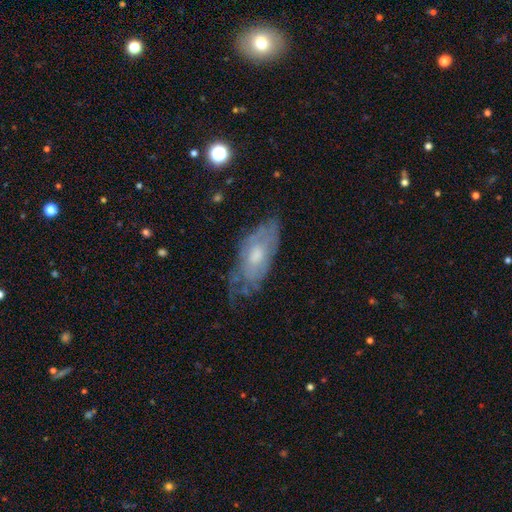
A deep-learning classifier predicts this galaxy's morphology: featured or disk 62%, smooth 26%, star or artifact 12%. Down the decision tree: edge-on disk — no (83%); bar — no (74%); spiral arms — yes (71%); bulge size — moderate (50%); merging — none (68%).